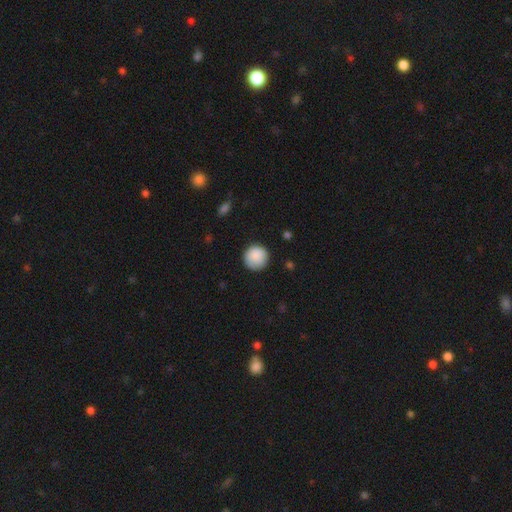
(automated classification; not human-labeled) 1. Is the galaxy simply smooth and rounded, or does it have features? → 88% smooth, 7% star or artifact, 5% featured or disk.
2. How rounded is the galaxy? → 95% round, 4% in between, 1% cigar-shaped.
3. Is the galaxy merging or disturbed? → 85% none, 11% minor disturbance, 3% major disturbance, 1% merger.